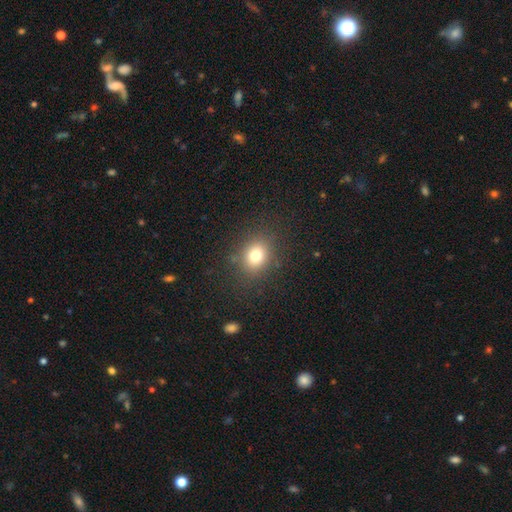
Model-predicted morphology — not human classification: The model was most divided on "how rounded": round: 61%, in between: 38%, cigar-shaped: 1%. More confident: merging — none (84%); smooth or featured — smooth (77%).